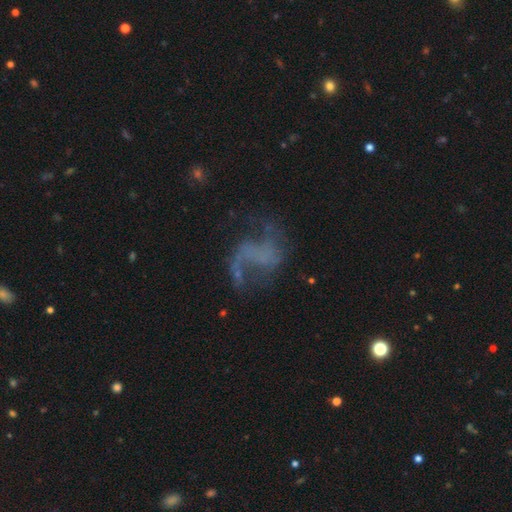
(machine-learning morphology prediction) type=featured or disk (73%); edge-on=no (98%); bar=no (58%); spiral arms=yes (81%); winding=loose (74%); arm count=2 (75%); bulge=none (78%); merging=none (52%).